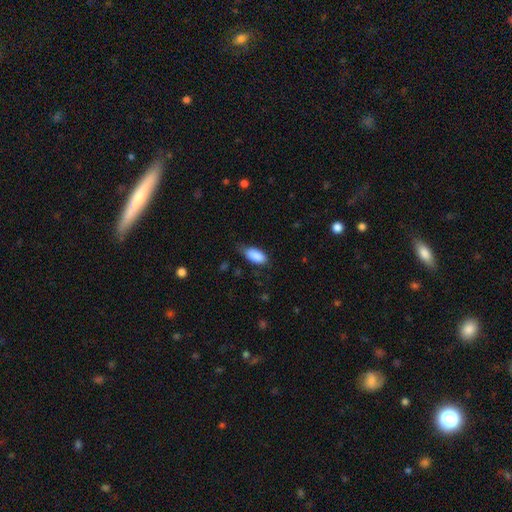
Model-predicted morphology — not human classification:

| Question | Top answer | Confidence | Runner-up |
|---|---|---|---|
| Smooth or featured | smooth | 88% | star or artifact (6%) |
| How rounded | in between | 89% | cigar-shaped (9%) |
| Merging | none | 67% | minor disturbance (26%) |